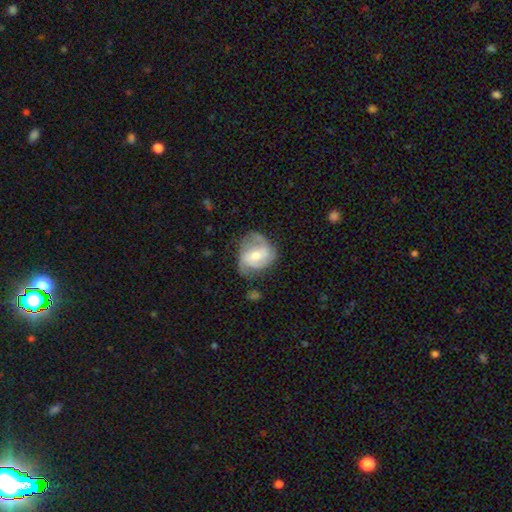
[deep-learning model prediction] This is likely a featured or disk galaxy (76%). It is clearly not viewed edge-on (98%). Bar: possibly no (49%). Spiral arm pattern: clearly yes (91%). Spiral arm count: marginally 3 (36%). Spiral winding: possibly medium (47%). Central bulge: likely moderate (62%). Merging: possibly none (58%).